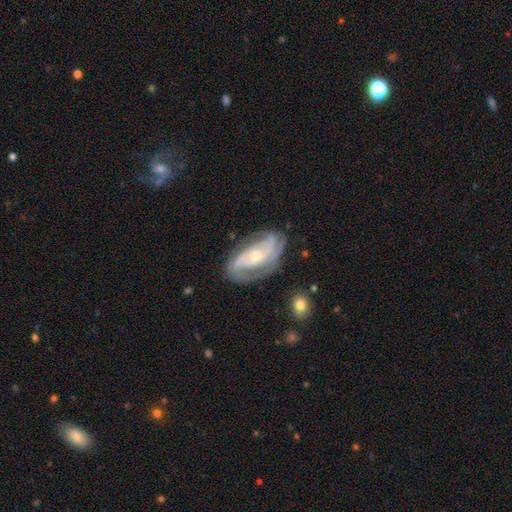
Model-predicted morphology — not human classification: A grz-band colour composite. It shows a featured or disk galaxy (85%) with no bar (60%), 2 (40%) tight (51%) spiral arms (94%) and a small central bulge (60%). Merging: none (70%).